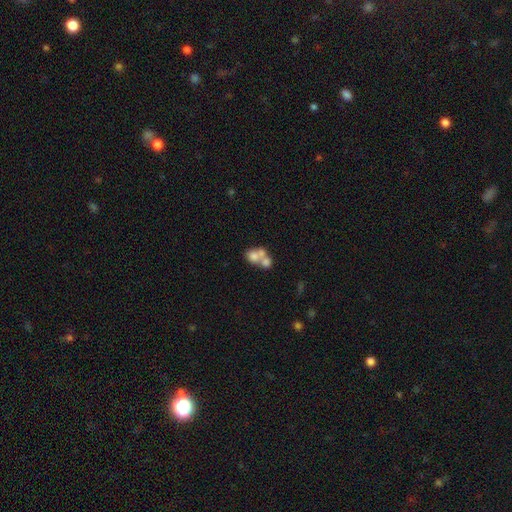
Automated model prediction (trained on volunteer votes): This is likely a smooth galaxy (61%). How rounded: possibly round (58%). Merging: likely merger (67%).